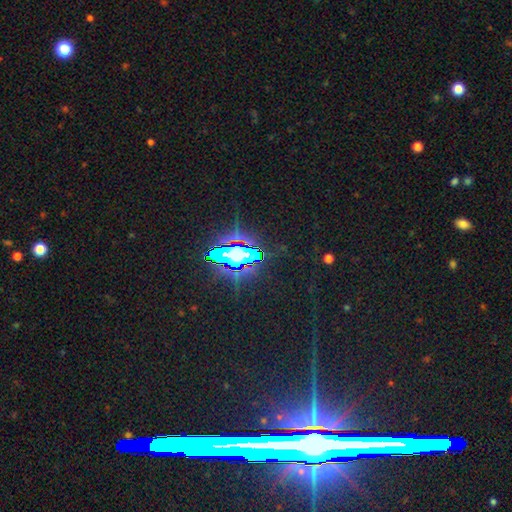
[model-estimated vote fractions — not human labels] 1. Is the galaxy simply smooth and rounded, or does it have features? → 81% star or artifact, 10% smooth, 9% featured or disk.